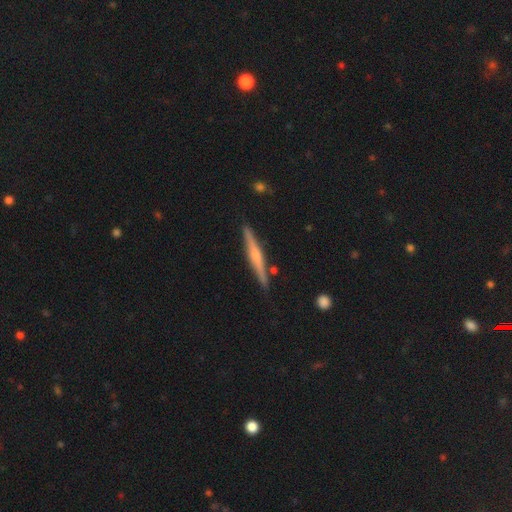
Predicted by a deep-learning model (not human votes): This appears to be a featured or disk galaxy (66%) viewed edge-on (98%) with a rounded central bulge (70%). Merging: none (88%).